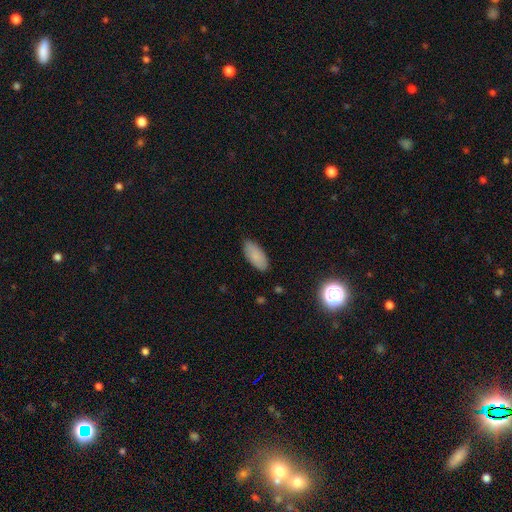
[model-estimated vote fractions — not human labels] The model was most divided on "merging": none: 83%, minor disturbance: 14%, major disturbance: 2%, merger: 1%. More confident: how rounded — in between (89%); smooth or featured — smooth (84%).